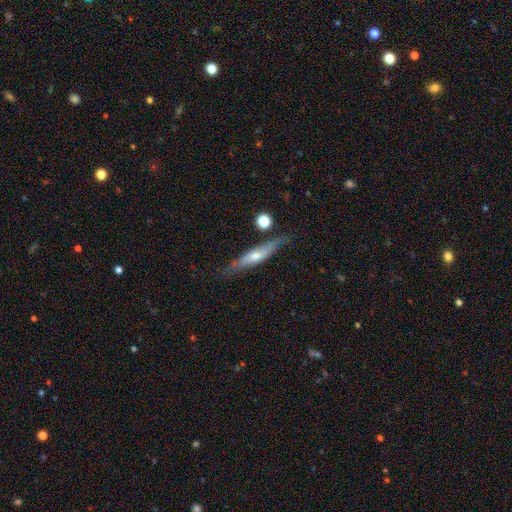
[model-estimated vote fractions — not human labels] The model was most divided on "smooth or featured": featured or disk: 57%, smooth: 37%, star or artifact: 7%. More confident: edge-on disk — yes (85%); merging — none (74%).